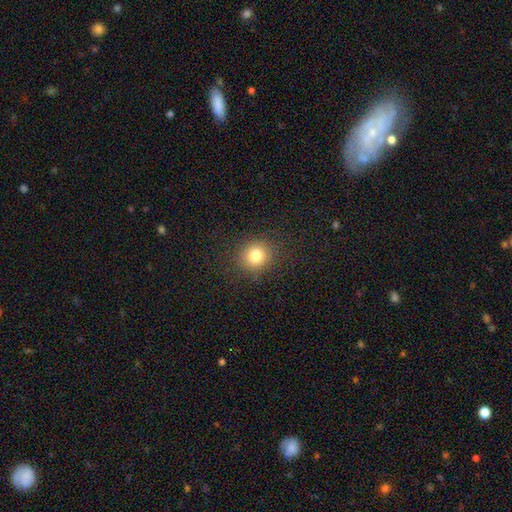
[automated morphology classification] Smooth or featured? smooth (80%)
How rounded? round (85%)
Merging? none (88%)